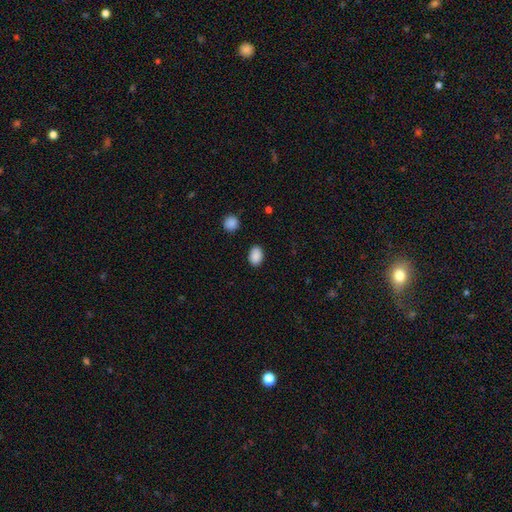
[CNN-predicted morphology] Overall: smooth (89%). How rounded: in between (79%). Merging: none (88%).